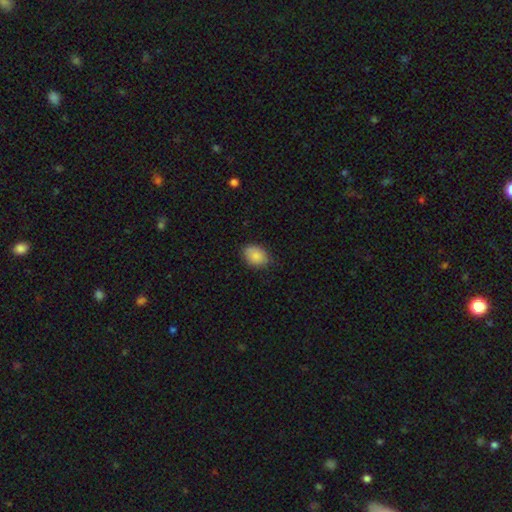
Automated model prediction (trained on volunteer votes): smooth-or-featured: smooth: 87% | star or artifact: 7% | featured or disk: 6%
  how-rounded: in between: 76% | round: 23% | cigar-shaped: 1%
  merging: none: 81% | minor disturbance: 15% | major disturbance: 3% | merger: 1%